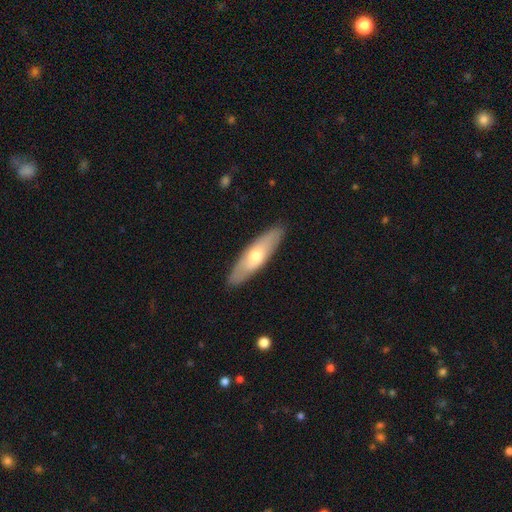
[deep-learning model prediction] smooth 52%, featured or disk 43%, star or artifact 6%. Down the decision tree: how rounded — cigar-shaped (61%); merging — none (89%).